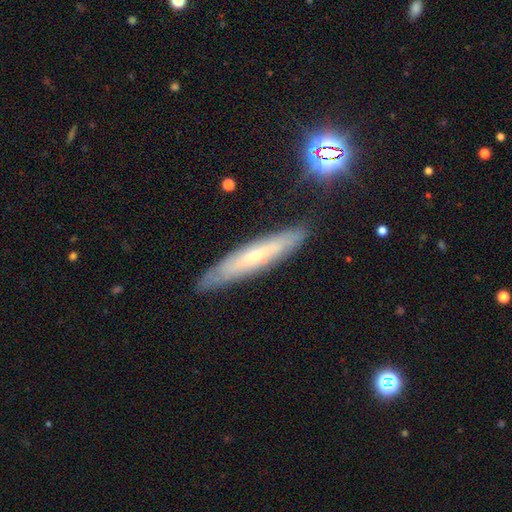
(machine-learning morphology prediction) smooth_or_featured: featured or disk (p=0.56) [alt: smooth p=0.35]
disk_edge_on: yes (p=0.66) [alt: no p=0.34]
merging: none (p=0.84) [alt: minor disturbance p=0.12]